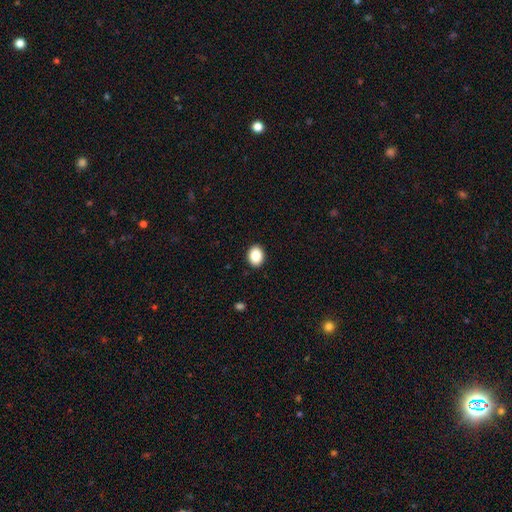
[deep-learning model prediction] Q: Smooth or featured?
A: smooth (88%); runner-up: star or artifact (8%)
Q: How rounded?
A: in between (57%); runner-up: round (42%)
Q: Merging?
A: none (91%); runner-up: minor disturbance (6%)